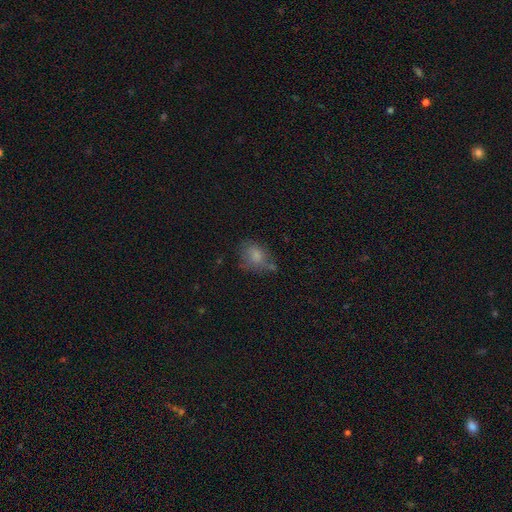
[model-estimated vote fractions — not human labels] Smooth or featured: smooth — 73% (featured or disk — 16%)
How rounded: in between — 59% (round — 39%)
Merging: none — 47% (minor disturbance — 28%)